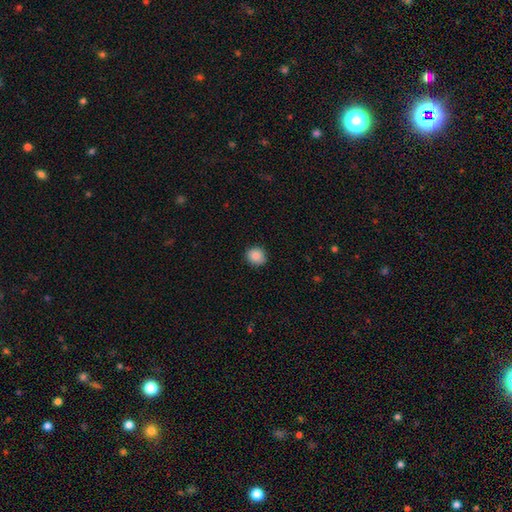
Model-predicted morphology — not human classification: Smooth or featured? Predicted: smooth (p=0.87). How rounded? Predicted: round (p=0.84). Merging? Predicted: none (p=0.89).